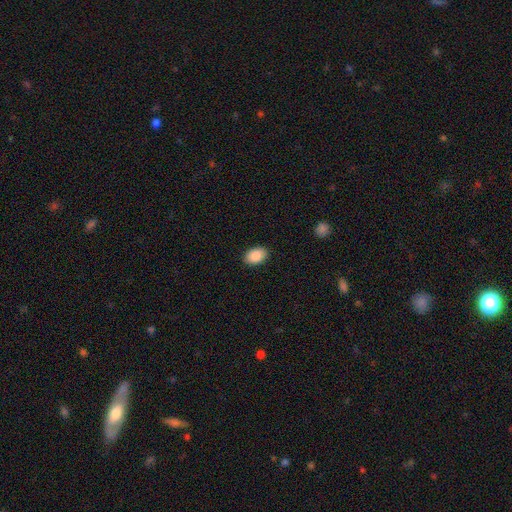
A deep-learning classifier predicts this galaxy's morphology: smooth 88%, star or artifact 7%, featured or disk 5%. Down the decision tree: how rounded — in between (87%); merging — none (90%).